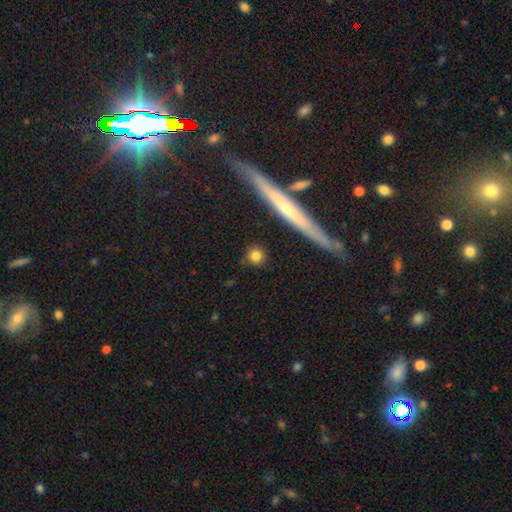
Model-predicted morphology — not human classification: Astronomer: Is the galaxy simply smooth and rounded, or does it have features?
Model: smooth — 81%.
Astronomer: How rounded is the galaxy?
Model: round — 89%.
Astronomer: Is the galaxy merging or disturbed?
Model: none — 87%.